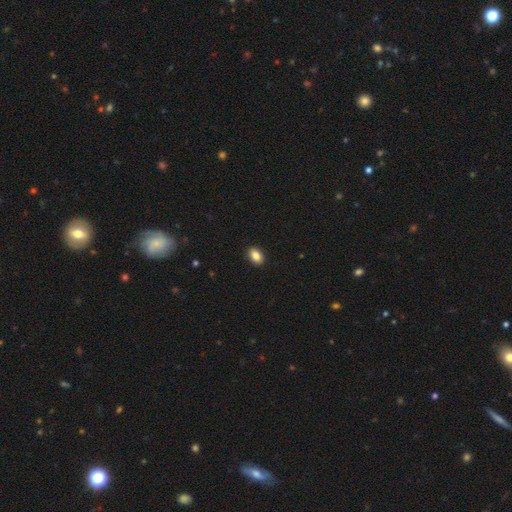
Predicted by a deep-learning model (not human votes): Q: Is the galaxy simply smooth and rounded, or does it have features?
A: smooth — 87%.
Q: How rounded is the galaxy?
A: in between — 86%.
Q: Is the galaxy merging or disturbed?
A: none — 91%.